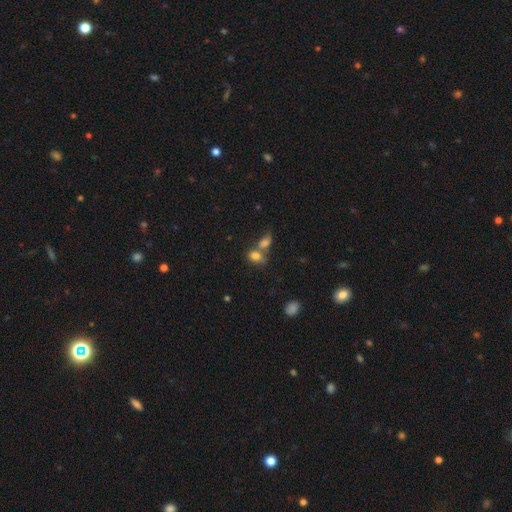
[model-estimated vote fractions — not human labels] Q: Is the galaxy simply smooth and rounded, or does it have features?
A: smooth — 79%.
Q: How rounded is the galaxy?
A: in between — 71%.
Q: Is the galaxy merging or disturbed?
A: merger — 56%.